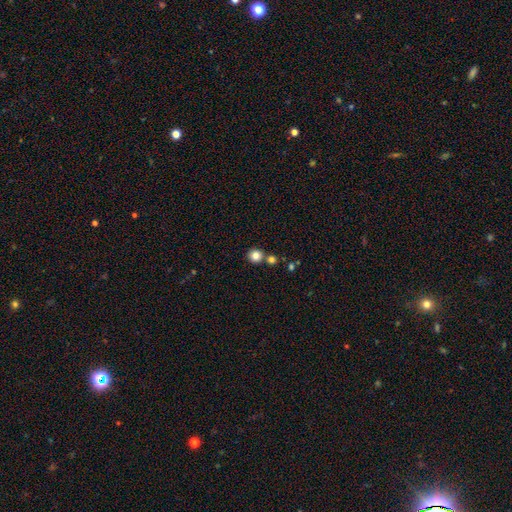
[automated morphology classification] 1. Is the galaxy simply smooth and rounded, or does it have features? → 83% smooth, 11% star or artifact, 6% featured or disk.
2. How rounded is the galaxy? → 91% round, 8% in between, 1% cigar-shaped.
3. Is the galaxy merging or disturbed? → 74% none, 17% merger, 7% minor disturbance, 2% major disturbance.